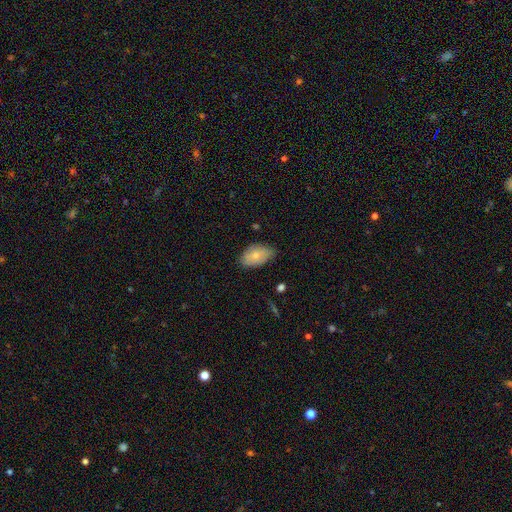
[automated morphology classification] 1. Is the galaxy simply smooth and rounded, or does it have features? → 75% smooth, 19% featured or disk, 6% star or artifact.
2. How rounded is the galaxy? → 93% in between, 6% round, 2% cigar-shaped.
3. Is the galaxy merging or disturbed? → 70% none, 25% minor disturbance, 4% major disturbance, 1% merger.